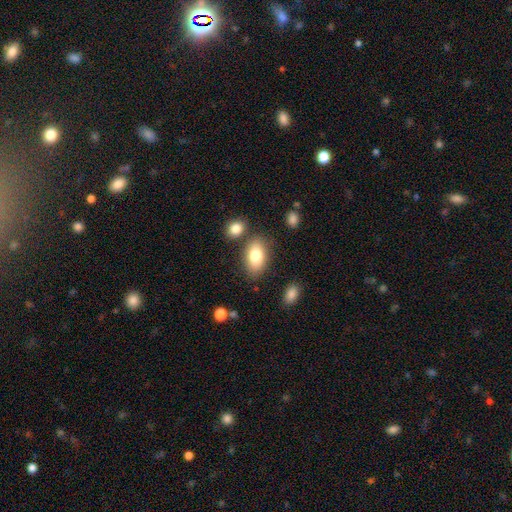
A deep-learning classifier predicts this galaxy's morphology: smooth-or-featured: smooth: 80% | featured or disk: 13% | star or artifact: 7%
  how-rounded: in between: 91% | round: 7% | cigar-shaped: 2%
  merging: none: 77% | minor disturbance: 12% | merger: 8% | major disturbance: 3%